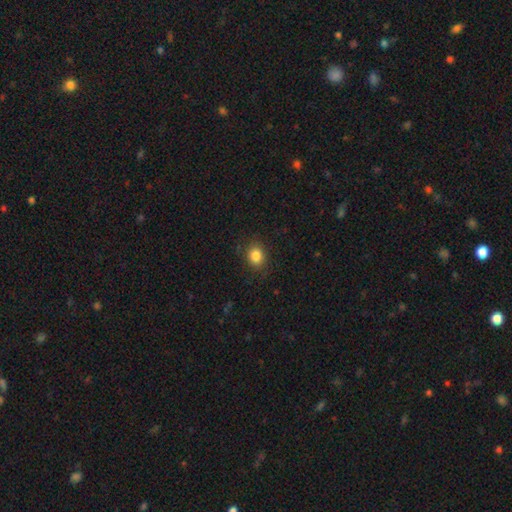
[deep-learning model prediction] The model was most divided on "how rounded": round: 58%, in between: 41%, cigar-shaped: 1%. More confident: merging — none (86%); smooth or featured — smooth (85%).